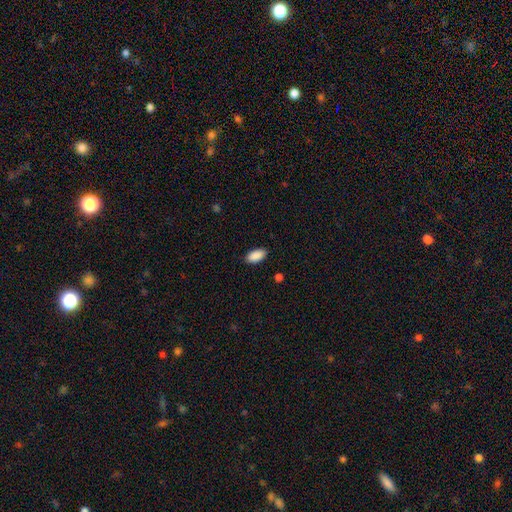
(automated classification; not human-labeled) Smooth or featured? Predicted: smooth (p=0.91). How rounded? Predicted: in between (p=0.93). Merging? Predicted: none (p=0.88).